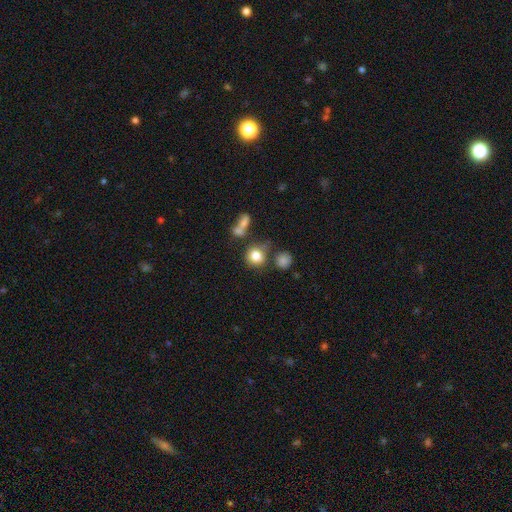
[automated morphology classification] smooth 80%, star or artifact 12%, featured or disk 9%. Down the decision tree: how rounded — round (82%); merging — none (63%).